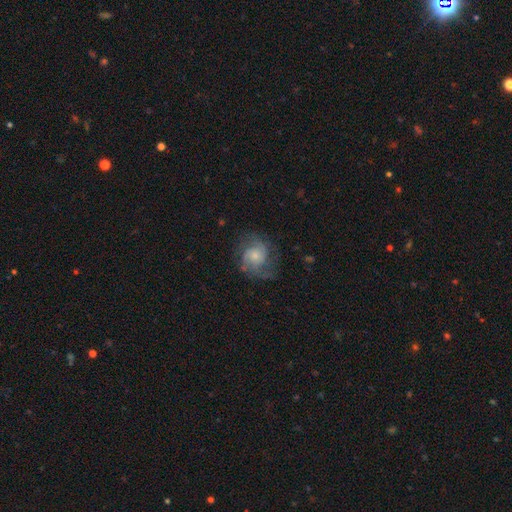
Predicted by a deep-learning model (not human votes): This appears to be a featured or disk galaxy (74%) with no bar (73%), 2 (49%) medium (48%) spiral arms (93%) and a small central bulge (50%). Merging: none (64%).